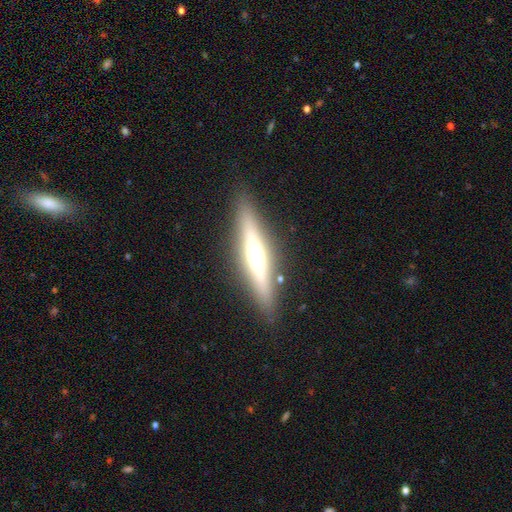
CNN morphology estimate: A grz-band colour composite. It shows a featured or disk galaxy (65%) viewed edge-on (94%) with a rounded central bulge (89%). Merging: none (88%).